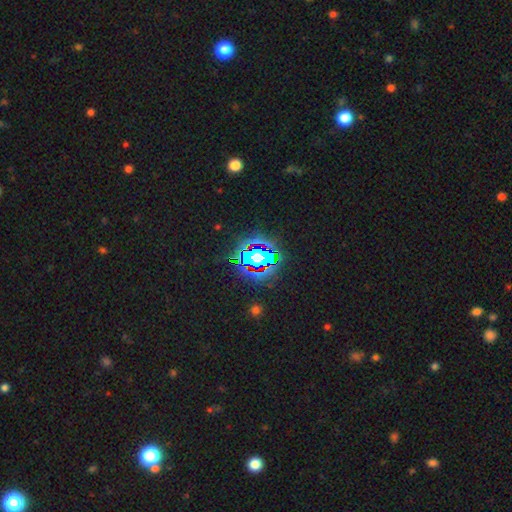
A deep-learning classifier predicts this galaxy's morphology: This appears to be a star or artifact, not a galaxy (62%).